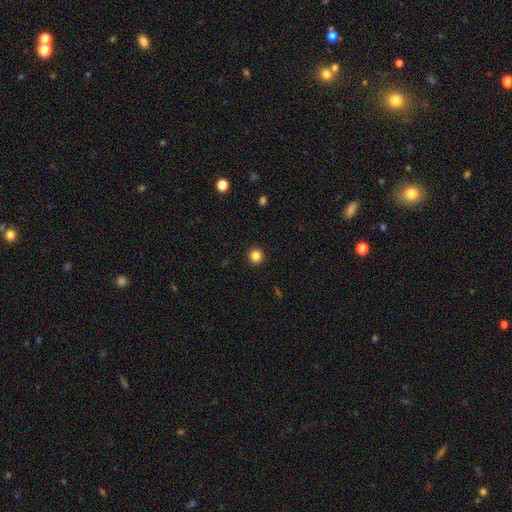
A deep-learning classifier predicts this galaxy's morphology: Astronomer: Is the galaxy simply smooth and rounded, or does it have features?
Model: smooth — 84%.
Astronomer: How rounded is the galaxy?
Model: round — 95%.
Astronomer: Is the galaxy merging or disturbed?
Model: none — 93%.